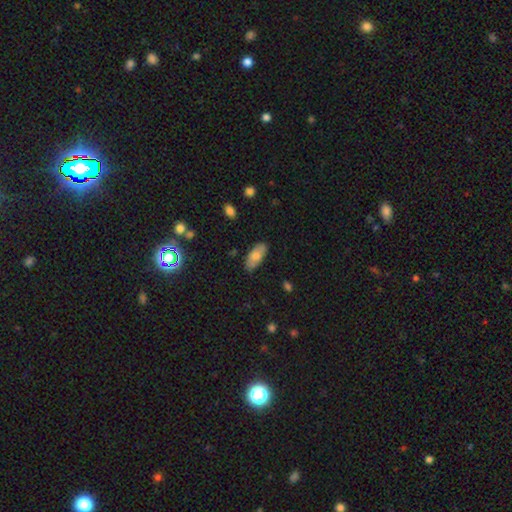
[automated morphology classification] A smooth galaxy with no disk features (71%) that is in between round and cigar-shaped (89%). Merging: none (79%).